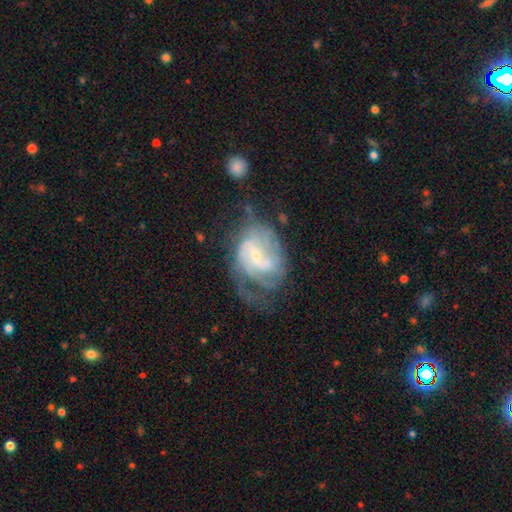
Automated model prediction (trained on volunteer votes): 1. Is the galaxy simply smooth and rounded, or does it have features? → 82% featured or disk, 12% smooth, 6% star or artifact.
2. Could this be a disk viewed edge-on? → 97% no, 3% yes.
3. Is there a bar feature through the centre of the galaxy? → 54% weak, 27% no, 19% strong.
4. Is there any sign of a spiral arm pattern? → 91% yes, 9% no.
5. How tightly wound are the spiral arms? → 42% medium, 39% tight, 18% loose.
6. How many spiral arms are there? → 38% 2, 31% can't tell, 15% 3, 6% 1, 5% 4, 4% more than 4.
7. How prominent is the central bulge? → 69% small, 25% moderate, 4% none, 2% large, 1% dominant.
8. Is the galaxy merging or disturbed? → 43% none, 28% major disturbance, 25% minor disturbance, 4% merger.